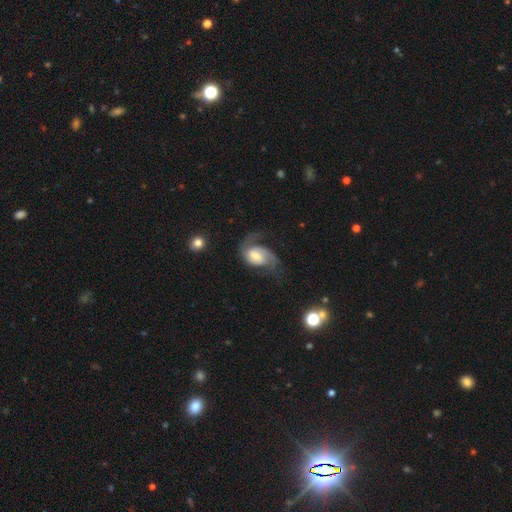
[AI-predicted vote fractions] This is likely a featured or disk galaxy (77%). It is clearly not viewed edge-on (97%). Bar: possibly no (48%). Spiral arm pattern: clearly yes (94%). Spiral arm count: likely 2 (79%). Spiral winding: marginally medium (44%). Central bulge: possibly moderate (59%). Merging: possibly none (50%).